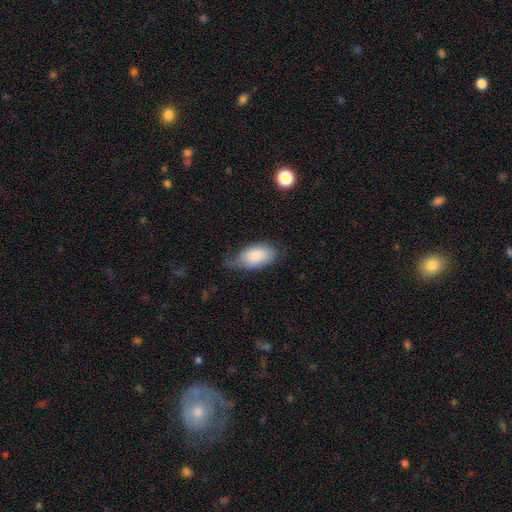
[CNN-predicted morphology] smooth-or-featured: smooth: 83% | featured or disk: 11% | star or artifact: 6%
  how-rounded: in between: 94% | round: 4% | cigar-shaped: 2%
  merging: none: 42% (tied) | minor disturbance: 42% (tied) | major disturbance: 13% | merger: 2%